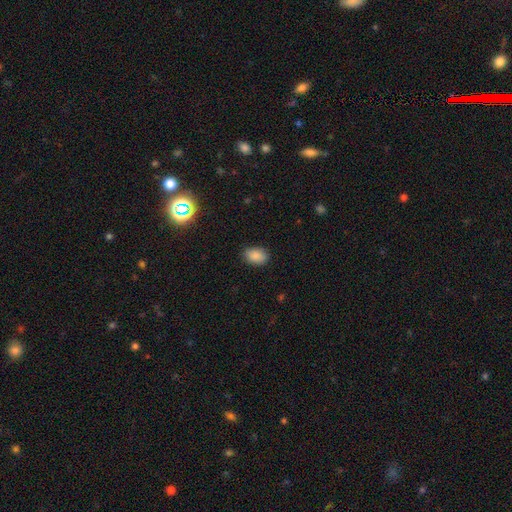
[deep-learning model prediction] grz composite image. It shows a smooth galaxy with no disk features (87%) that is in between round and cigar-shaped (87%). Merging: none (85%).